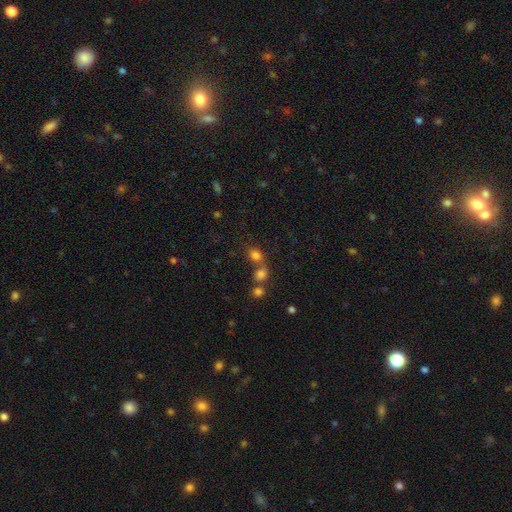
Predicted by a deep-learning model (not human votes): Smooth or featured? smooth (77%)
How rounded? in between (52%)
Merging? none (50%)